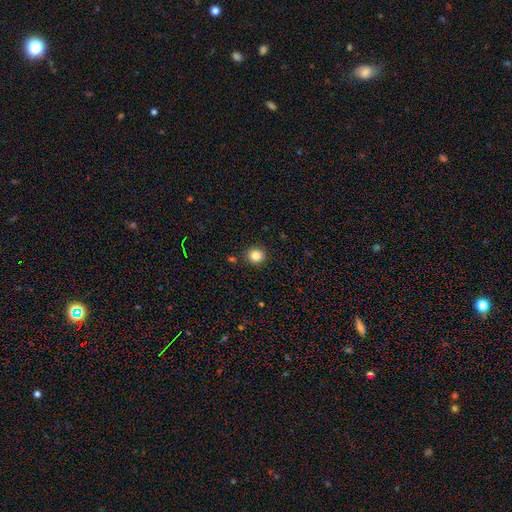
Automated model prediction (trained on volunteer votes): Smooth or featured? Predicted: smooth (p=0.83). How rounded? Predicted: round (p=0.90). Merging? Predicted: none (p=0.89).